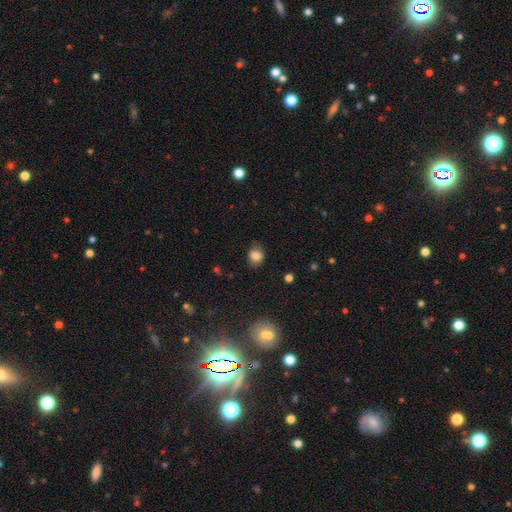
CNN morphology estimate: Smooth or featured?
  - smooth: 80% *
  - star or artifact: 11%
  - featured or disk: 9%
How rounded?
  - round: 51% *
  - in between: 48%
  - cigar-shaped: 1%
Merging?
  - none: 72% *
  - minor disturbance: 21%
  - major disturbance: 6%
  - merger: 1%